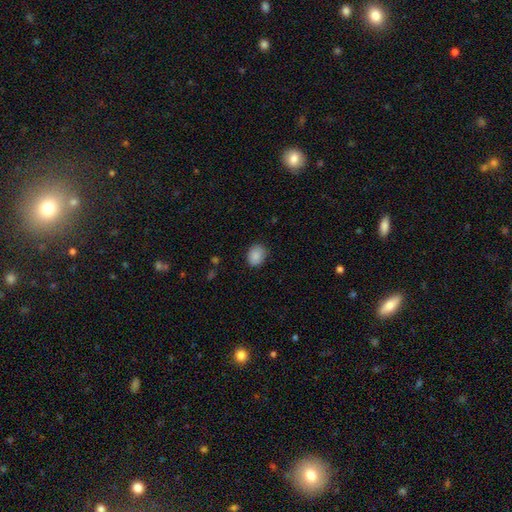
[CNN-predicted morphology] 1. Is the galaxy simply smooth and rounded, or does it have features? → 88% smooth, 7% star or artifact, 5% featured or disk.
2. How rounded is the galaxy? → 50% in between, 49% round, 1% cigar-shaped.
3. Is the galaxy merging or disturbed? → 81% none, 15% minor disturbance, 3% major disturbance, 1% merger.